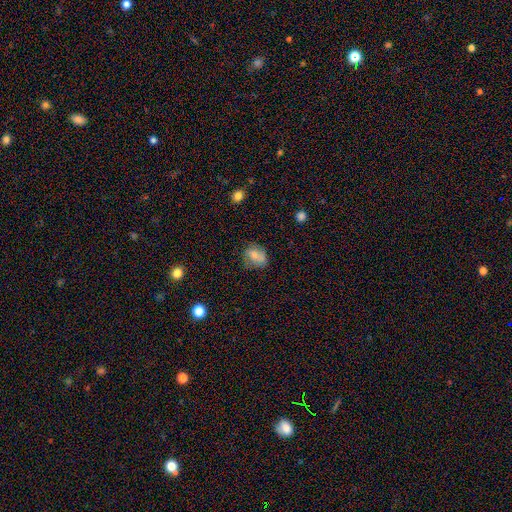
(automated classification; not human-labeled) smooth_or_featured: smooth (p=0.64) [alt: featured or disk p=0.26]
how_rounded: in between (p=0.53) [alt: round p=0.45]
merging: none (p=0.61) [alt: minor disturbance p=0.26]